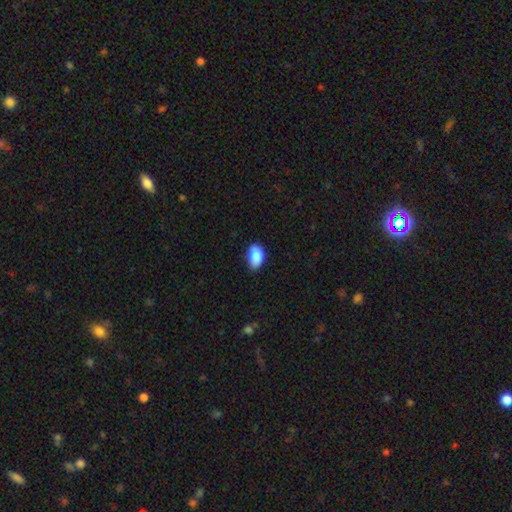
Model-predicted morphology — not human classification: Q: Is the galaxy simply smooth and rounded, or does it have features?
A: smooth — 88%.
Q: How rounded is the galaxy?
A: in between — 92%.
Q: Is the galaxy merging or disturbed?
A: none — 71%.